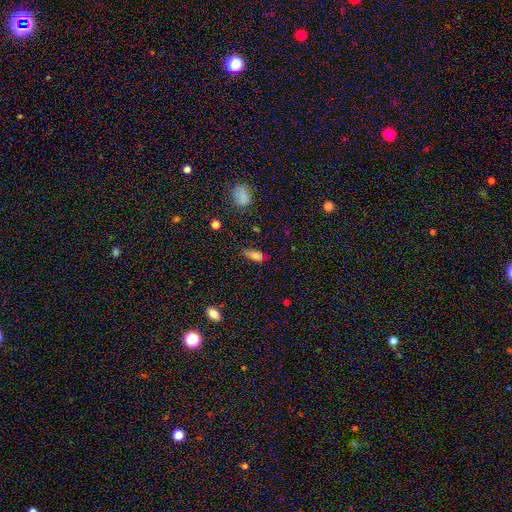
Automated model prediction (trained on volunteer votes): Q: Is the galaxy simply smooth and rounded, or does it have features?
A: smooth — 75%.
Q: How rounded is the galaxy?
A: in between — 75%.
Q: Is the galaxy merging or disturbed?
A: none — 67%.